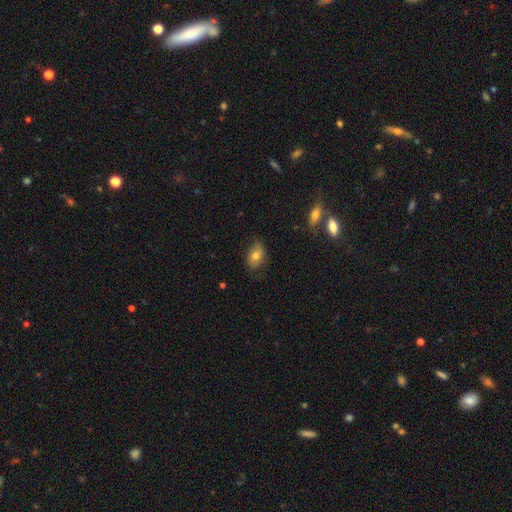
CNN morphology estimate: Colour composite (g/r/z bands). It shows a smooth galaxy with no disk features (71%) that is in between round and cigar-shaped (83%). Merging: none (75%).